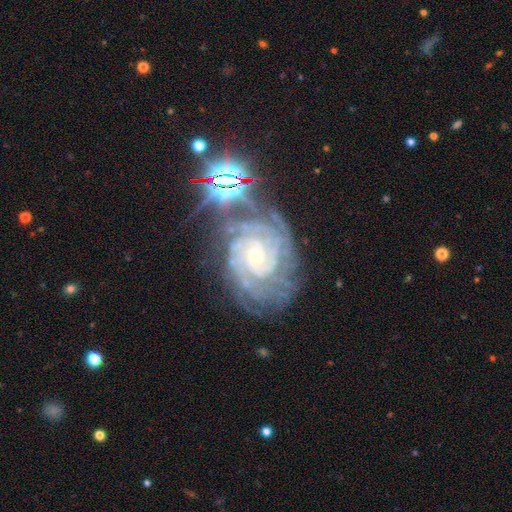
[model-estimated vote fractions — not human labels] Q: Smooth or featured?
A: featured or disk (86%); runner-up: star or artifact (9%)
Q: Edge-on disk?
A: no (97%); runner-up: yes (3%)
Q: Bar?
A: no (72%); runner-up: weak (21%)
Q: Spiral arms?
A: yes (98%); runner-up: no (2%)
Q: Spiral winding?
A: tight (77%); runner-up: medium (20%)
Q: Spiral arm count?
A: can't tell (27%); runner-up: 4 (19%)
Q: Bulge size?
A: small (81%); runner-up: moderate (15%)
Q: Merging?
A: none (61%); runner-up: minor disturbance (21%)